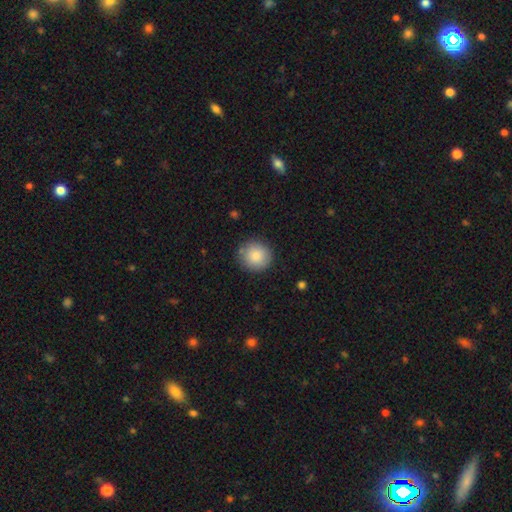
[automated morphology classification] Smooth or featured: smooth — 86% (star or artifact — 8%)
How rounded: round — 92% (in between — 7%)
Merging: none — 85% (minor disturbance — 10%)